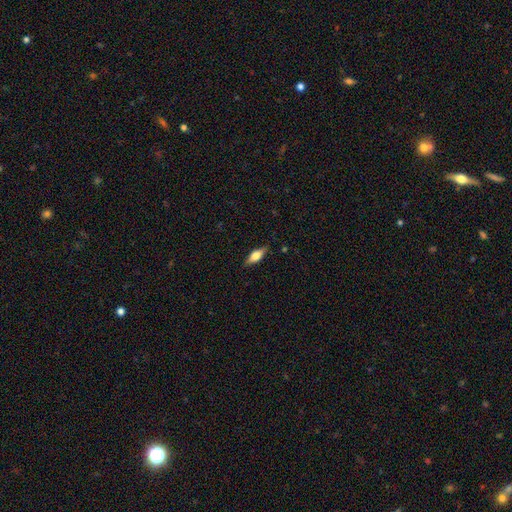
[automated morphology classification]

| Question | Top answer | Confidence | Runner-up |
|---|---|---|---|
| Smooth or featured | smooth | 47% | featured or disk (45%) |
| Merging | none | 85% | minor disturbance (11%) |